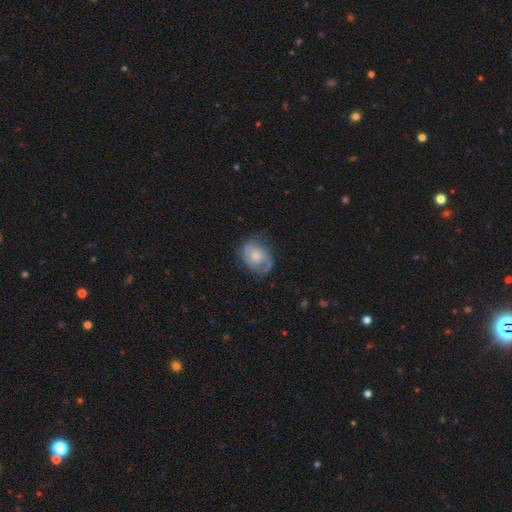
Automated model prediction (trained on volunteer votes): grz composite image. It shows a featured or disk galaxy (55%) with no bar (75%), spiral arms (79%) and a moderate central bulge (47%). Merging: none (59%).